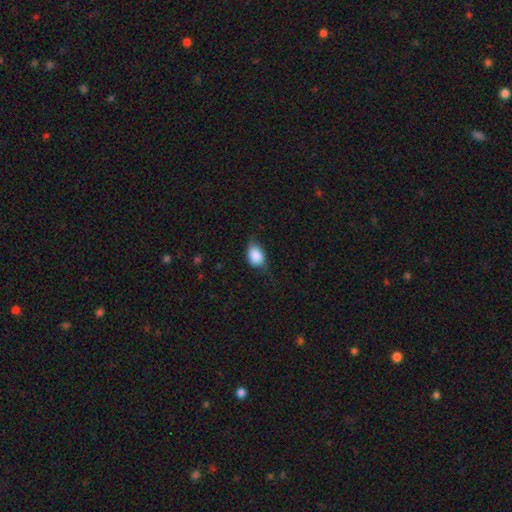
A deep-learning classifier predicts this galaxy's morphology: Smooth or featured? Predicted: smooth (p=0.79). How rounded? Predicted: in between (p=0.73). Merging? Predicted: none (p=0.46).